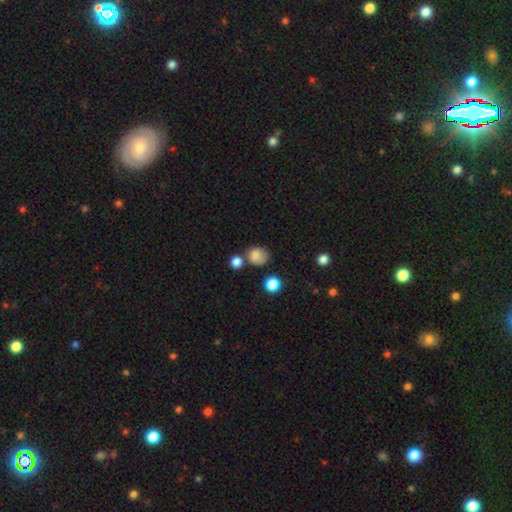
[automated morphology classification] Q: Smooth or featured?
A: smooth (80%); runner-up: star or artifact (12%)
Q: How rounded?
A: round (64%); runner-up: in between (35%)
Q: Merging?
A: none (51%); runner-up: minor disturbance (22%)